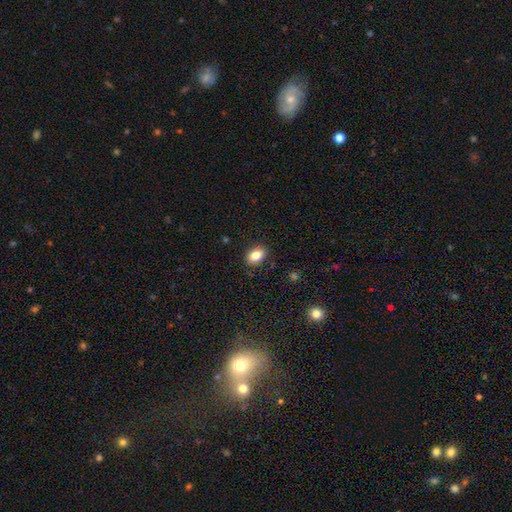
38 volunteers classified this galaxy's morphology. A smooth galaxy with no disk features (89%) that is in between round and cigar-shaped (68%). Merging: none (74%).